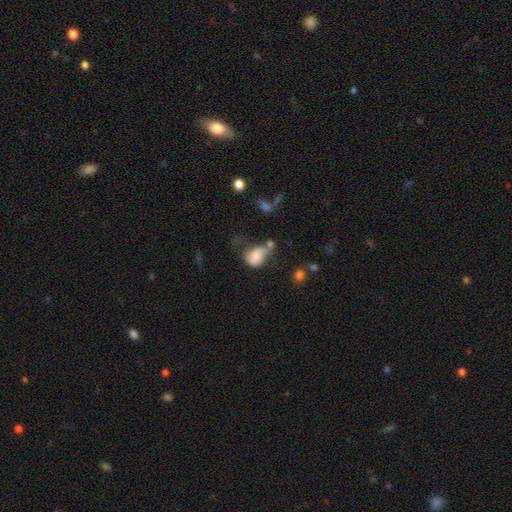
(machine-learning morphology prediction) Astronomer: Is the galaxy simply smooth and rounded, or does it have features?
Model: smooth — 70%.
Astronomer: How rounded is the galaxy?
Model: in between — 68%.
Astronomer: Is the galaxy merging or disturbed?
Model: minor disturbance — 29% (runner-up: major disturbance, 26%).